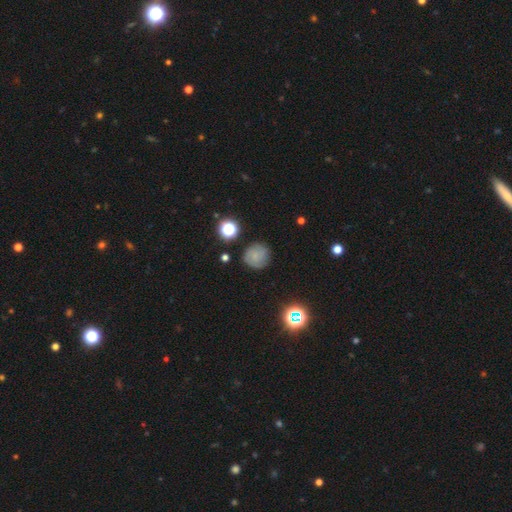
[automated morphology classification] This is likely a smooth galaxy (60%). How rounded: clearly round (91%). Merging: clearly none (80%).